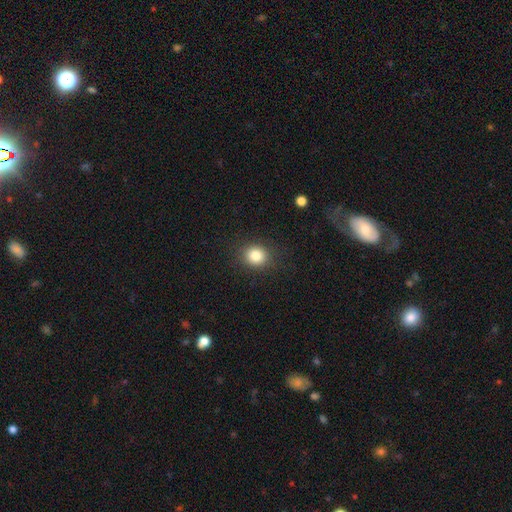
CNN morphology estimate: The model was most divided on "how rounded": round: 75%, in between: 24%, cigar-shaped: 1%. More confident: merging — none (88%); smooth or featured — smooth (83%).